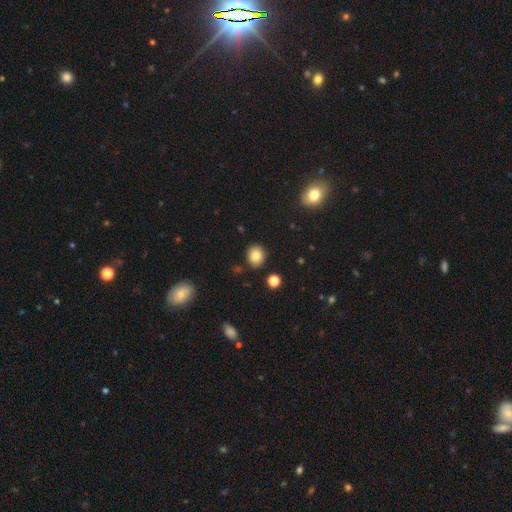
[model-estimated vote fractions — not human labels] Q: Smooth or featured?
A: smooth (83%); runner-up: star or artifact (10%)
Q: How rounded?
A: round (74%); runner-up: in between (25%)
Q: Merging?
A: none (88%); runner-up: minor disturbance (8%)